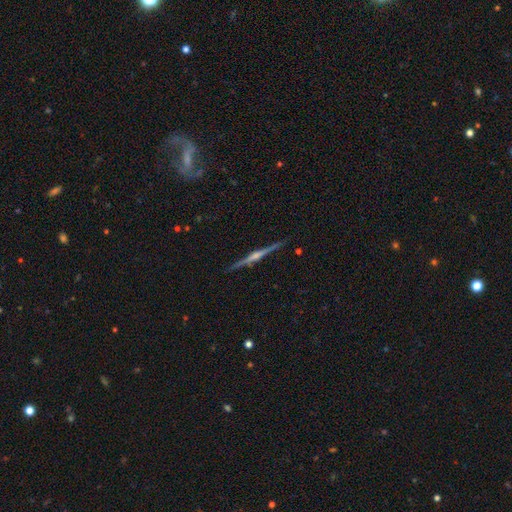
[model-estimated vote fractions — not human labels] featured or disk 84%, smooth 10%, star or artifact 6%. Down the decision tree: edge-on disk — yes (98%); edge-on bulge — rounded (78%); merging — none (91%).